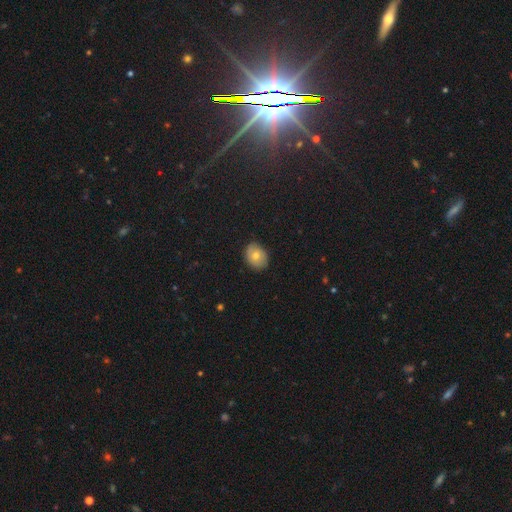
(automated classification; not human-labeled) The model was most divided on "how rounded": in between: 55%, round: 44%, cigar-shaped: 1%. More confident: merging — none (82%); smooth or featured — smooth (68%).